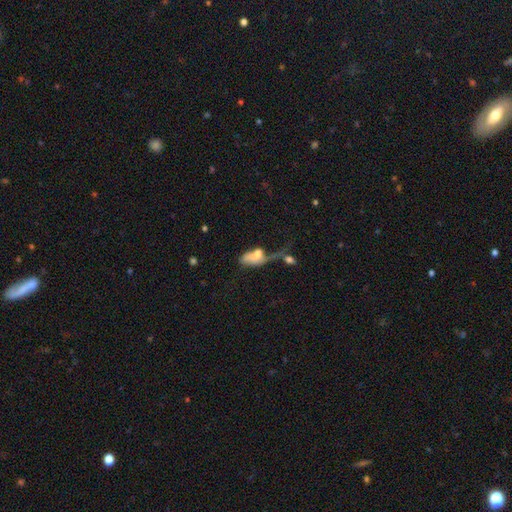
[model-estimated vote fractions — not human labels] smooth_or_featured: smooth (p=0.59) [alt: featured or disk p=0.30]
how_rounded: in between (p=0.82) [alt: cigar-shaped p=0.12]
merging: merger (p=0.40) [alt: major disturbance p=0.27]